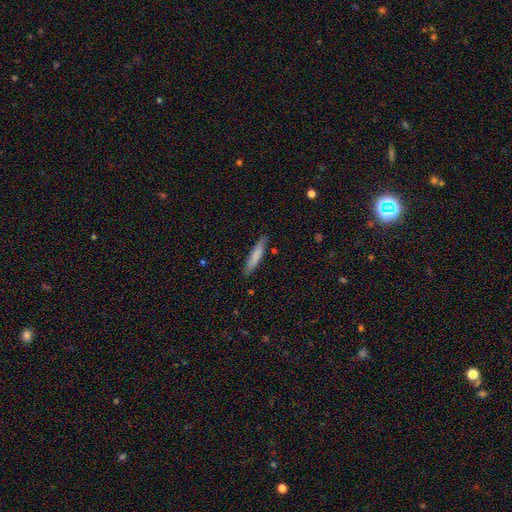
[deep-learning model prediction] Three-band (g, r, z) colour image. It shows a smooth galaxy with no disk features (78%) that is cigar-shaped (89%). Merging: none (84%).